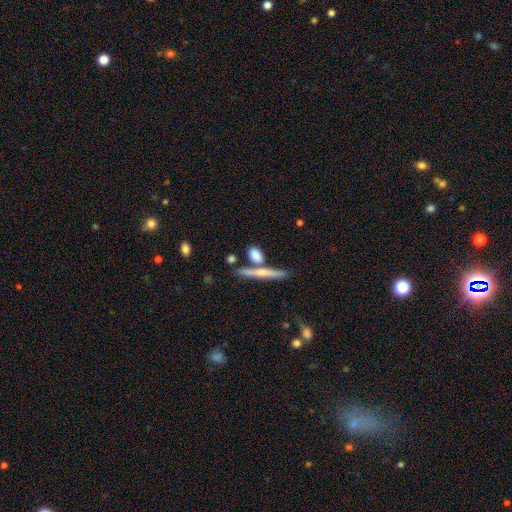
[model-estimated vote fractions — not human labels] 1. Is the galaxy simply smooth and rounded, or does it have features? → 70% smooth, 23% featured or disk, 7% star or artifact.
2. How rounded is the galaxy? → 41% in between, 37% cigar-shaped, 22% round.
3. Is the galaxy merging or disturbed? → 62% none, 23% merger, 11% minor disturbance, 4% major disturbance.